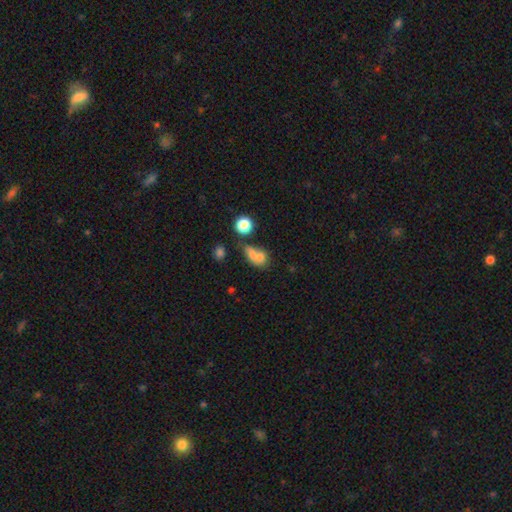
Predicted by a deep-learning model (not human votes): A smooth galaxy with no disk features (70%) that is in between round and cigar-shaped (57%). Merging: merger (57%).